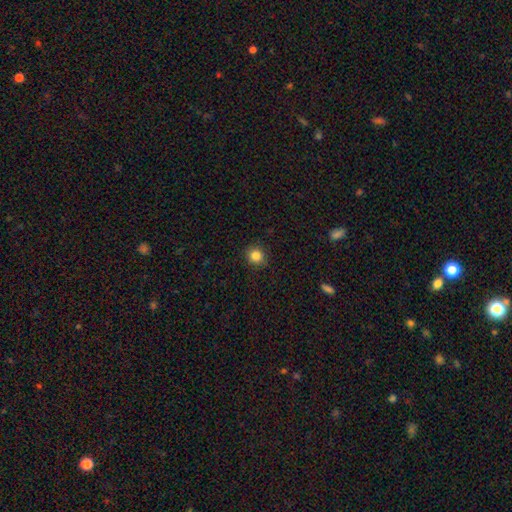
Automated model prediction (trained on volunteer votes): Morphology: type=smooth (84%); roundness=round (90%); merging=none (89%).